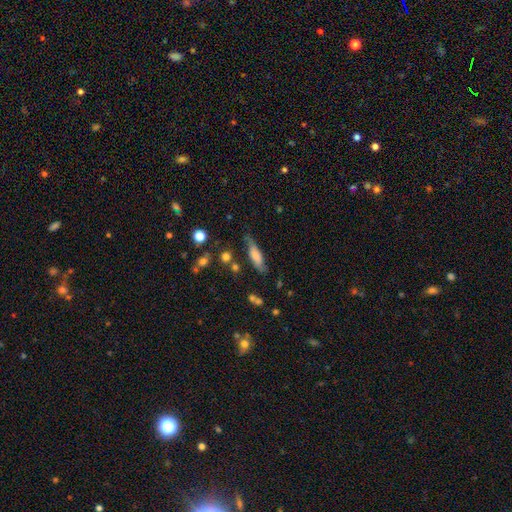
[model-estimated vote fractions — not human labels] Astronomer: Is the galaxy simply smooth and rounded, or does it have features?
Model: smooth — 62%.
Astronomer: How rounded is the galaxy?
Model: cigar-shaped — 54% (runner-up: in between, 43%).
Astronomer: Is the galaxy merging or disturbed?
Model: none — 64%.